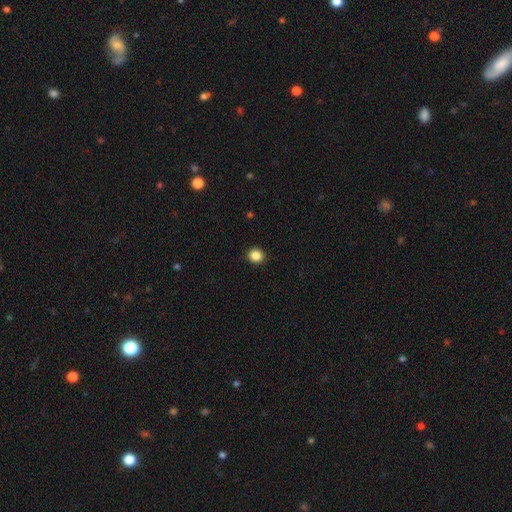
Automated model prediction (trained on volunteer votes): Smooth or featured: smooth — 86% (star or artifact — 10%)
How rounded: round — 82% (in between — 17%)
Merging: none — 92% (minor disturbance — 6%)